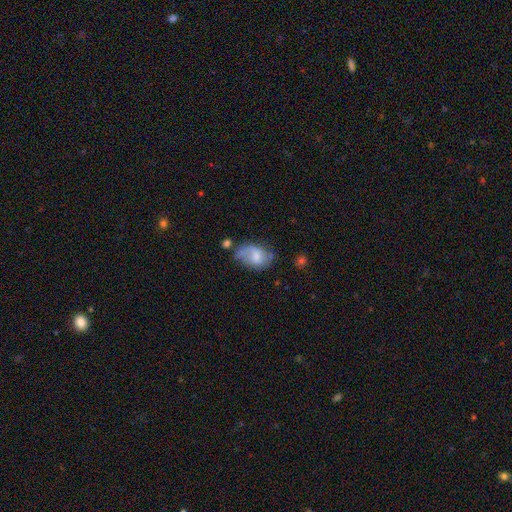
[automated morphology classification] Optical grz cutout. It shows a smooth galaxy with no disk features (48%). Merging: none (39%).